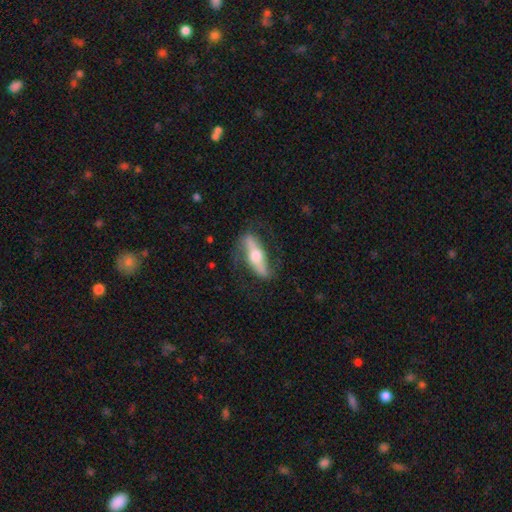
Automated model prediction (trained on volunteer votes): Morphology: type=featured or disk (66%); edge-on=yes (52%); merging=none (75%).